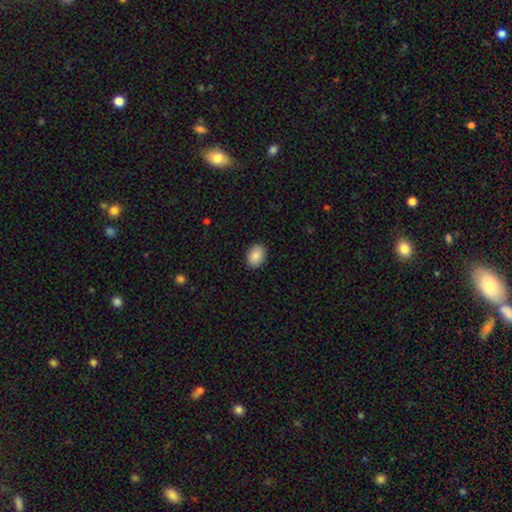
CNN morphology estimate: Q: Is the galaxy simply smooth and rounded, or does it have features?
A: smooth — 89%.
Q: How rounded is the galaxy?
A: in between — 78%.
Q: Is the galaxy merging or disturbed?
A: none — 90%.